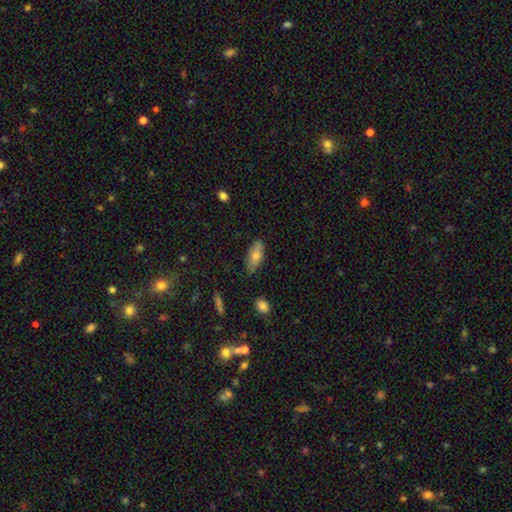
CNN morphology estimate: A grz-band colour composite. It shows a smooth galaxy with no disk features (70%) that is in between round and cigar-shaped (81%). Merging: none (80%).